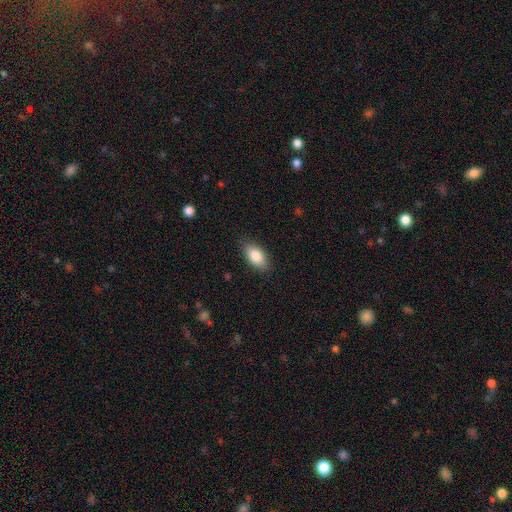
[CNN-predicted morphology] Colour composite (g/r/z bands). It shows a smooth galaxy with no disk features (84%) that is in between round and cigar-shaped (91%). Merging: none (87%).